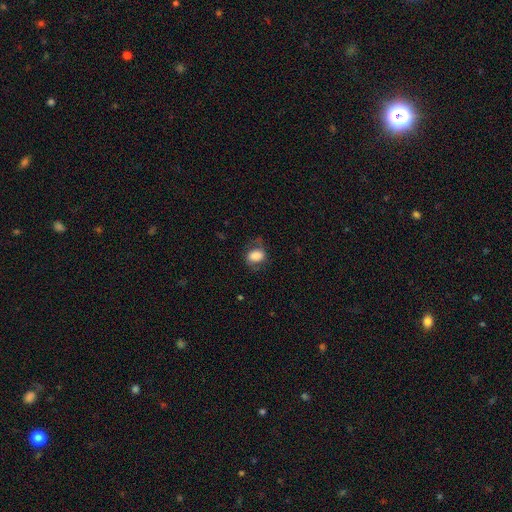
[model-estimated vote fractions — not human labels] Smooth or featured: smooth — 75% (featured or disk — 17%)
How rounded: in between — 67% (round — 32%)
Merging: none — 61% (minor disturbance — 23%)